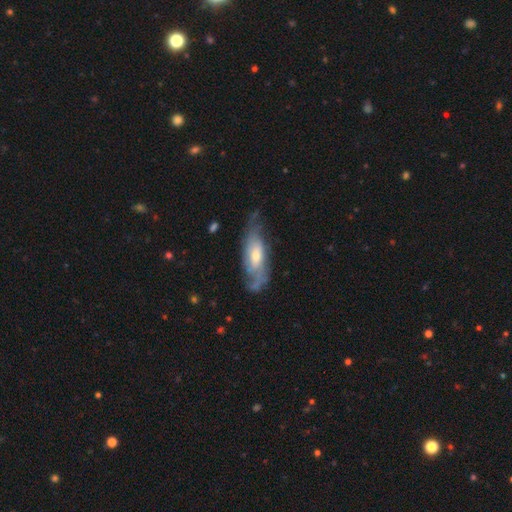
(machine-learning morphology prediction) Smooth or featured?
  - featured or disk: 69% *
  - smooth: 26%
  - star or artifact: 6%
Edge-on disk?
  - no: 81% *
  - yes: 19%
Bar?
  - no: 65% *
  - weak: 28%
  - strong: 6%
Spiral arms?
  - yes: 82% *
  - no: 18%
Bulge size?
  - moderate: 51% *
  - small: 42%
  - large: 4%
  - none: 2%
  - dominant: 1%
Merging?
  - none: 58% *
  - minor disturbance: 26%
  - major disturbance: 13%
  - merger: 2%